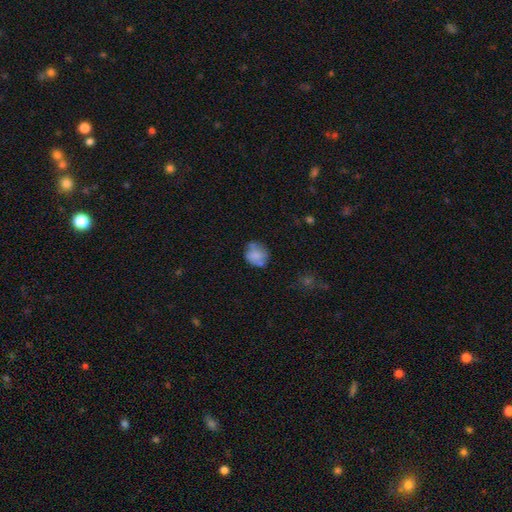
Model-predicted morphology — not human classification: The model was most divided on "how rounded": round: 63%, in between: 36%, cigar-shaped: 1%. More confident: smooth or featured — smooth (65%); merging — none (58%).